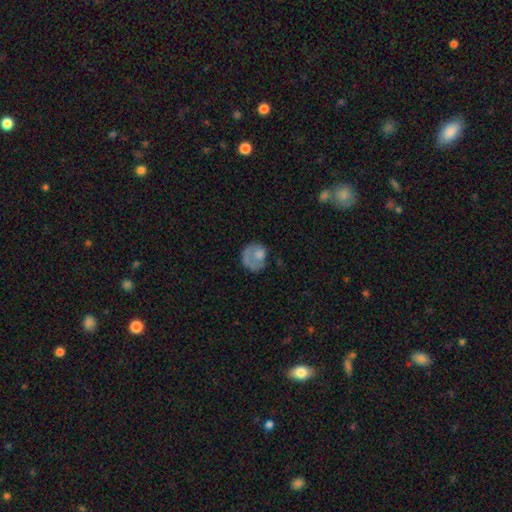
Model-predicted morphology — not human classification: smooth-or-featured: smooth: 61% | featured or disk: 30% | star or artifact: 9%
  how-rounded: round: 76% | in between: 24% | cigar-shaped: 1%
  merging: none: 43% | major disturbance: 29% | minor disturbance: 24% | merger: 4%